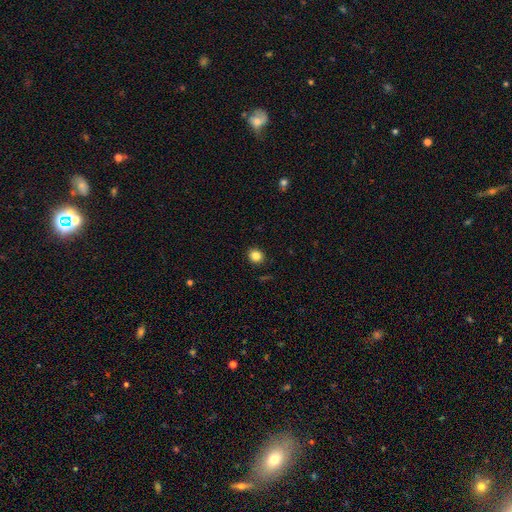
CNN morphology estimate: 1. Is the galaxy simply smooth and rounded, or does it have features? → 84% smooth, 11% star or artifact, 5% featured or disk.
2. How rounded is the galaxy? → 73% round, 26% in between, 1% cigar-shaped.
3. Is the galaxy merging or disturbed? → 91% none, 7% minor disturbance, 2% major disturbance, 1% merger.